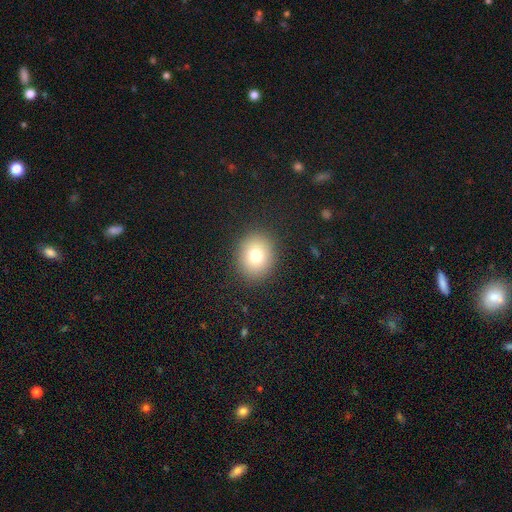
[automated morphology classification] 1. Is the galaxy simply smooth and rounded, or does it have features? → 76% smooth, 12% star or artifact, 12% featured or disk.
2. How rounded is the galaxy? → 67% round, 32% in between, 1% cigar-shaped.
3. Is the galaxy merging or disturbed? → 89% none, 7% minor disturbance, 3% major disturbance, 1% merger.